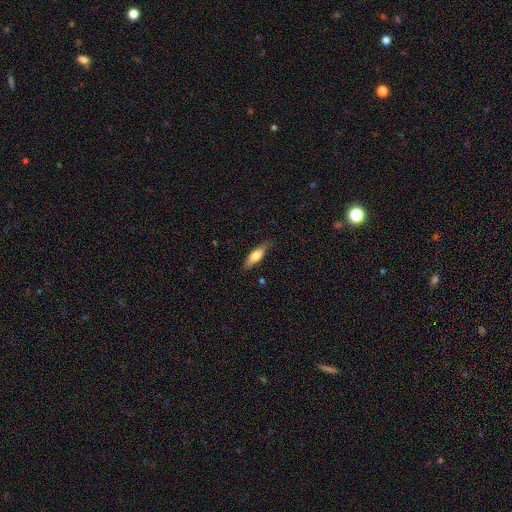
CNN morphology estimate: Overall: smooth (65%; featured or disk 29%). How rounded: in between (52%; cigar-shaped 45%). Merging: none (77%).